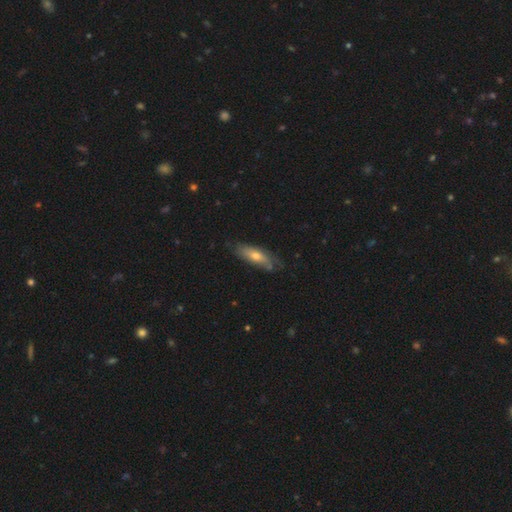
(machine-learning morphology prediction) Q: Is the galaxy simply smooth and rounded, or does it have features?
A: featured or disk — 46%, tied with smooth.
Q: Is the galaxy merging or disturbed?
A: none — 71%.